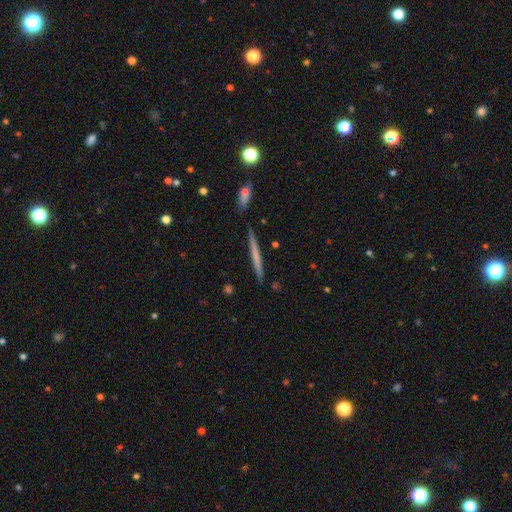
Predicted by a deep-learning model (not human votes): A smooth galaxy with no disk features (54%) that is cigar-shaped (97%).

Vote fractions:
- Smooth or featured? smooth: 54% / featured or disk: 41% / star or artifact: 6%
- How rounded? cigar-shaped: 97% / in between: 2% / round: 1%
- Merging? none: 88% / minor disturbance: 8% / merger: 3% / major disturbance: 2%